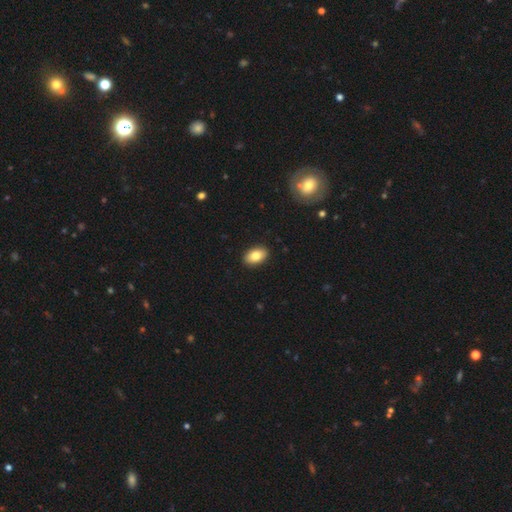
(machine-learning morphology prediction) Smooth or featured? Predicted: smooth (p=0.83). How rounded? Predicted: in between (p=0.92). Merging? Predicted: none (p=0.91).